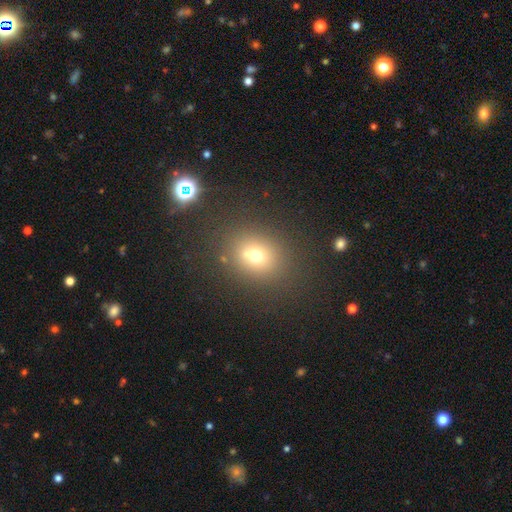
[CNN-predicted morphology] smooth_or_featured: smooth (p=0.67) [alt: star or artifact p=0.20]
how_rounded: round (p=0.67) [alt: in between p=0.32]
merging: none (p=0.69) [alt: merger p=0.15]